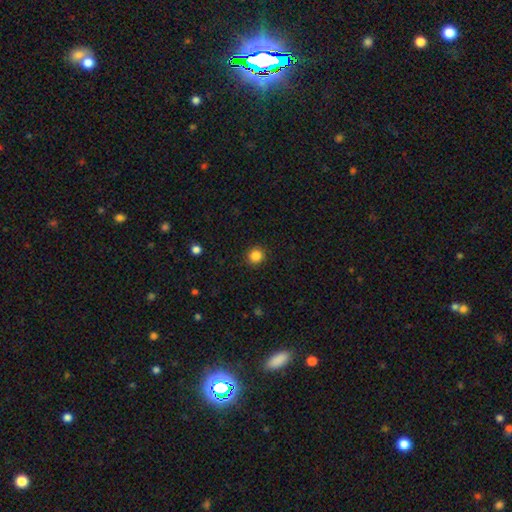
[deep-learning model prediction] Morphology: type=smooth (85%); roundness=round (92%); merging=none (91%).